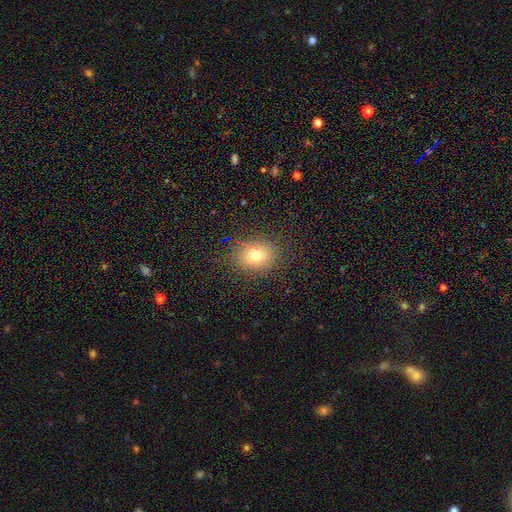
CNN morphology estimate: This appears to be a smooth galaxy with no disk features (75%) that is in between round and cigar-shaped (50%). Merging: none (85%).